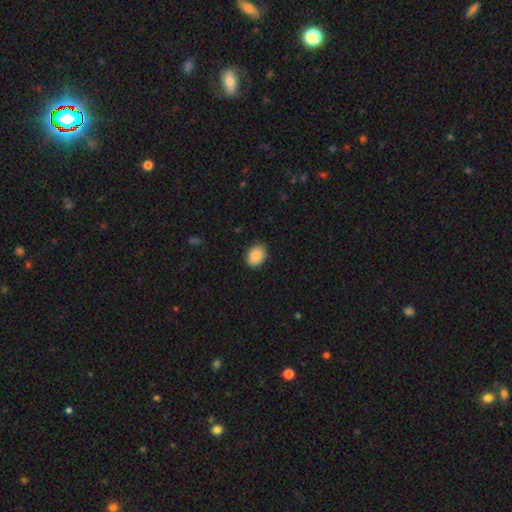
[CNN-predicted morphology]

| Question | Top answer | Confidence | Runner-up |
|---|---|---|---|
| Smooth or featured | smooth | 88% | star or artifact (7%) |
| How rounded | in between | 64% | round (36%) |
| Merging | none | 87% | minor disturbance (10%) |